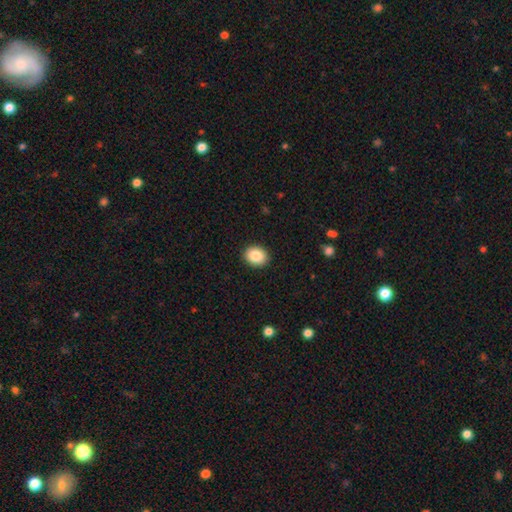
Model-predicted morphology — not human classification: Smooth or featured? smooth (86%)
How rounded? round (56%)
Merging? none (91%)